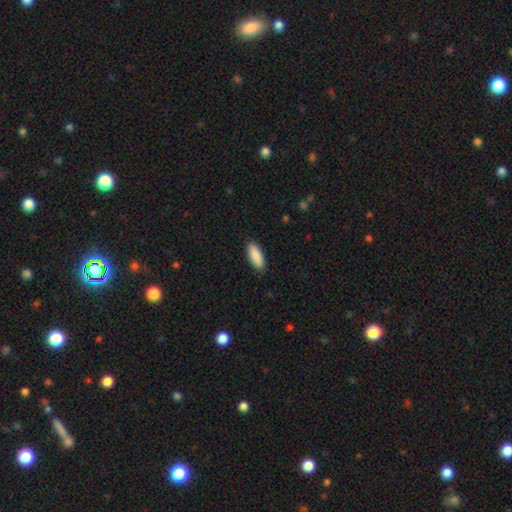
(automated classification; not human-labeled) Smooth or featured? Predicted: smooth (p=0.90). How rounded? Predicted: in between (p=0.70). Merging? Predicted: none (p=0.90).